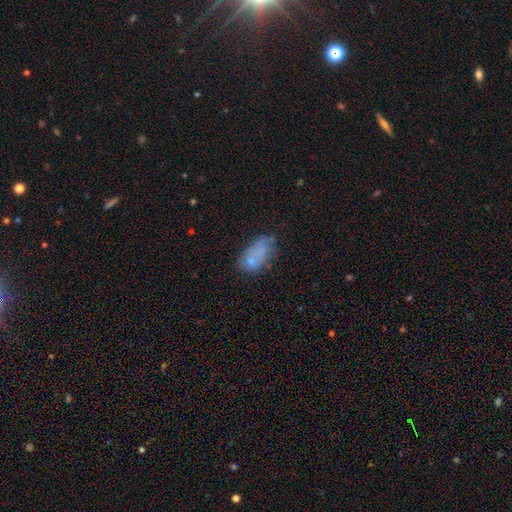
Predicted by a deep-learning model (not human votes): This is likely a smooth galaxy (69%). How rounded: clearly in between (90%). Merging: marginally none (43%).